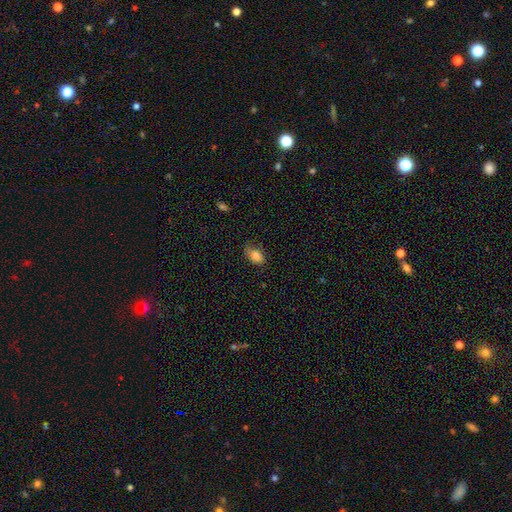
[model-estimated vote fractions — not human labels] Q: Smooth or featured?
A: smooth (84%); runner-up: star or artifact (9%)
Q: How rounded?
A: in between (85%); runner-up: round (13%)
Q: Merging?
A: none (62%); runner-up: minor disturbance (28%)